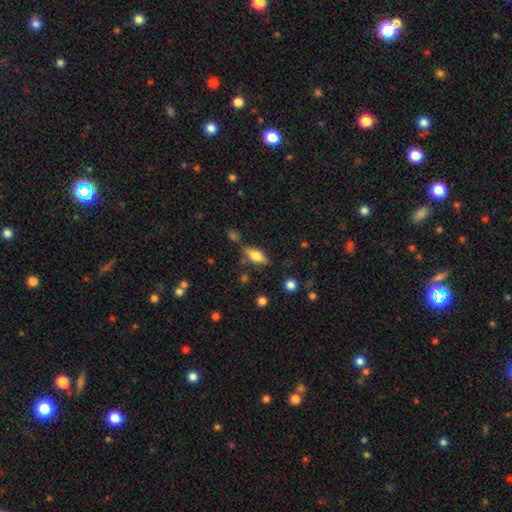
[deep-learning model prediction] smooth-or-featured: smooth: 66% | featured or disk: 26% | star or artifact: 8%
  how-rounded: in between: 76% | cigar-shaped: 21% | round: 3%
  merging: none: 75% | minor disturbance: 15% | merger: 5% | major disturbance: 4%